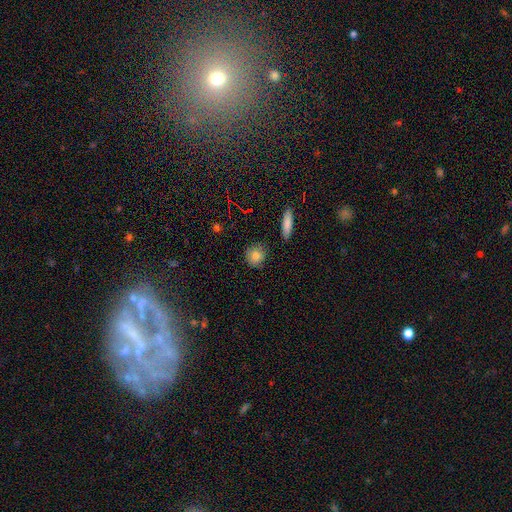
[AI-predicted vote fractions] Smooth or featured? smooth (83%)
How rounded? round (83%)
Merging? none (83%)